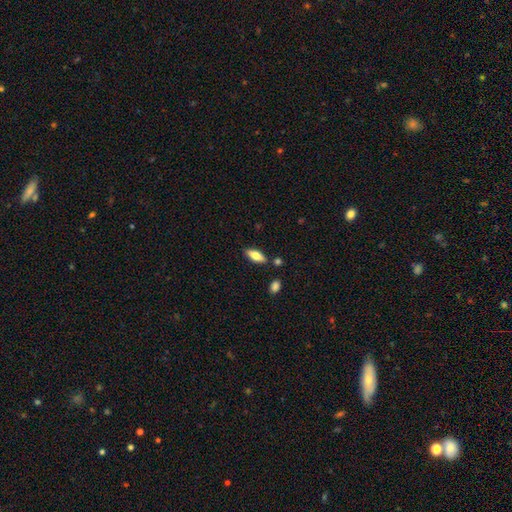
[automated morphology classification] smooth 68%, featured or disk 25%, star or artifact 7%. Down the decision tree: how rounded — in between (73%); merging — none (83%).